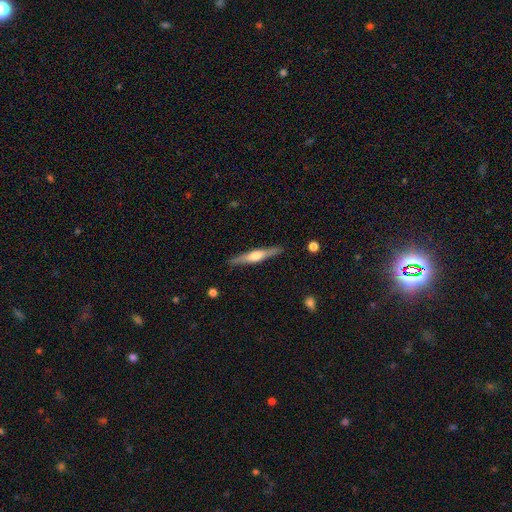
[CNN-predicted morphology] smooth-or-featured: featured or disk: 64% | smooth: 30% | star or artifact: 5%
  disk-edge-on: yes: 96% | no: 4%
    edge-on-bulge: rounded: 86% | boxy: 9% | none: 5%
  merging: none: 89% | minor disturbance: 8% | major disturbance: 2% | merger: 1%